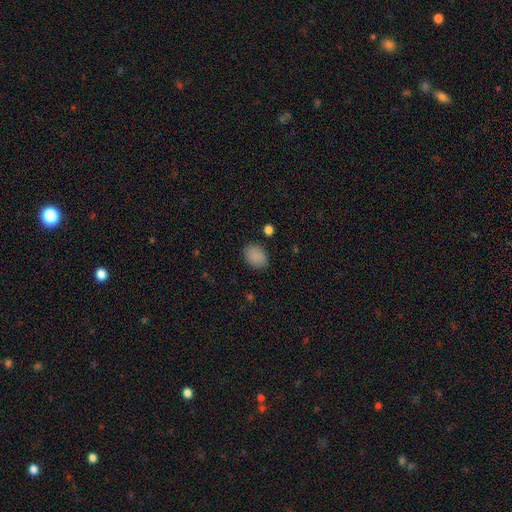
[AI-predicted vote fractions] smooth 88%, star or artifact 8%, featured or disk 4%. Down the decision tree: how rounded — in between (74%); merging — none (85%).